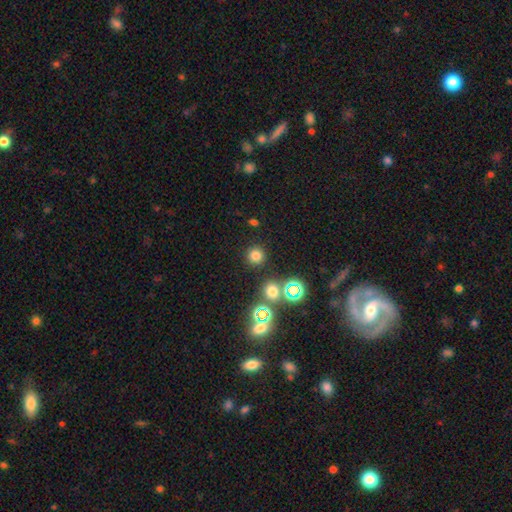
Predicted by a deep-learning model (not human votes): This appears to be a smooth galaxy with no disk features (71%) that is round (94%). Merging: none (87%).